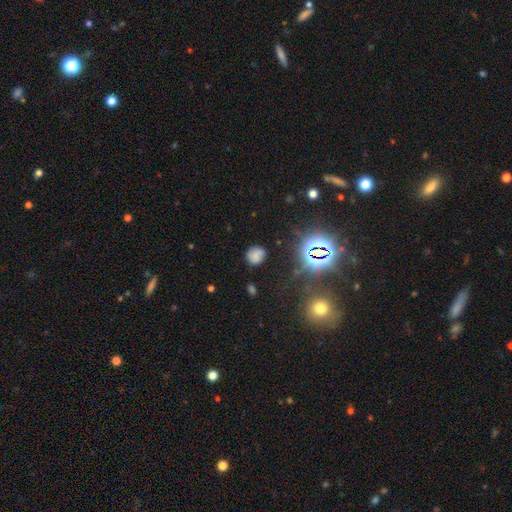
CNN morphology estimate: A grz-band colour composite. It shows a smooth galaxy with no disk features (65%) that is round (72%). Merging: none (73%).